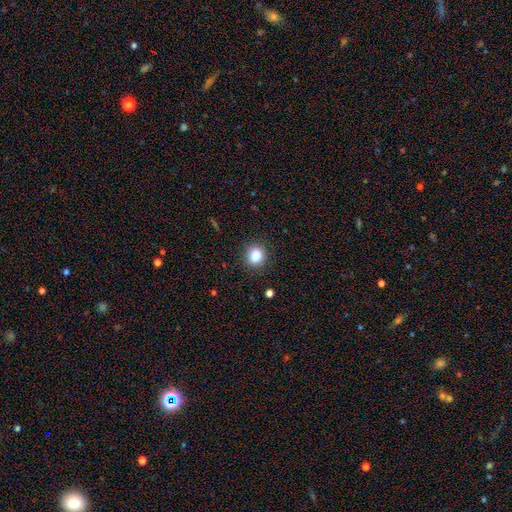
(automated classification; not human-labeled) A smooth galaxy with no disk features (84%) that is round (81%).

Vote fractions:
- Smooth or featured? smooth: 84% / star or artifact: 11% / featured or disk: 5%
- How rounded? round: 81% / in between: 18% / cigar-shaped: 1%
- Merging? none: 89% / minor disturbance: 7% / major disturbance: 2% / merger: 1%